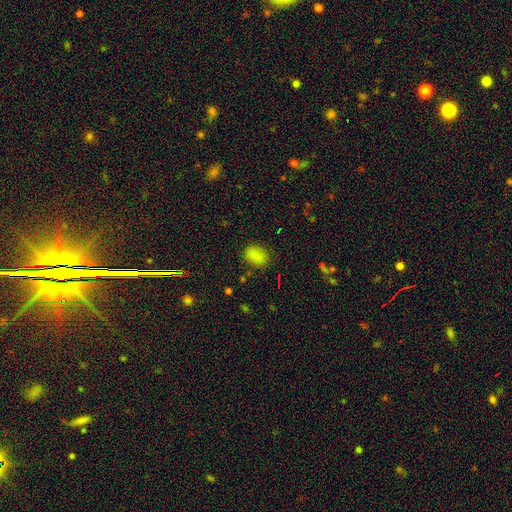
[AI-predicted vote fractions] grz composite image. It shows a smooth galaxy with no disk features (84%) that is in between round and cigar-shaped (78%). Merging: none (82%).